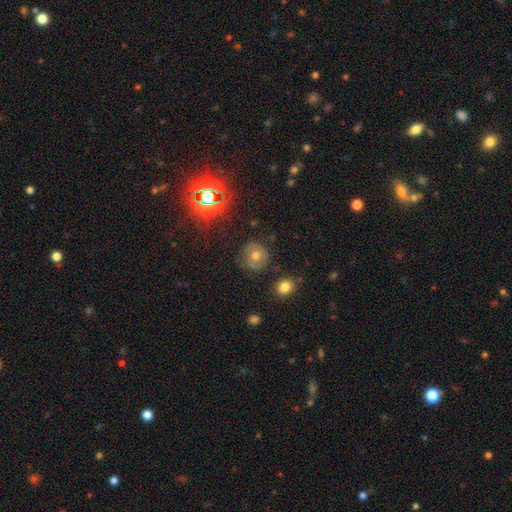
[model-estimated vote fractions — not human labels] smooth-or-featured: smooth: 45% | featured or disk: 32% | star or artifact: 23%
  merging: none: 77% | minor disturbance: 16% | major disturbance: 5% | merger: 2%